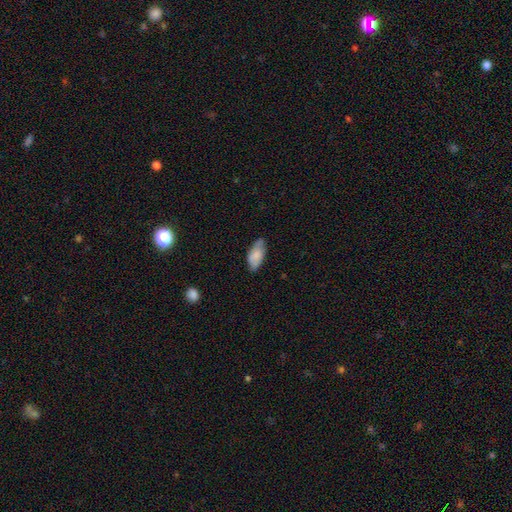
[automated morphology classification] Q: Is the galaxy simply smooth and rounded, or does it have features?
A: smooth — 79%.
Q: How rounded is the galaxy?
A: in between — 89%.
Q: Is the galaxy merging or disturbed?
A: none — 67%.